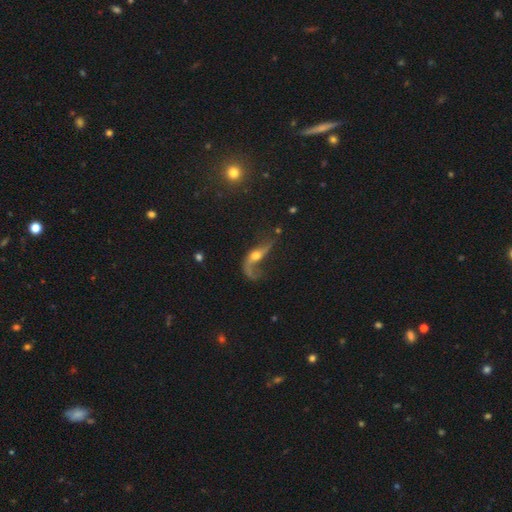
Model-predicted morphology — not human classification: smooth_or_featured: featured or disk (p=0.78) [alt: smooth p=0.14]
disk_edge_on: no (p=0.85) [alt: yes p=0.15]
bar: no (p=0.63) [alt: weak p=0.23]
has_spiral_arms: yes (p=0.86) [alt: no p=0.14]
spiral_winding: loose (p=0.90) [alt: medium p=0.07]
spiral_arm_count: 2 (p=0.67) [alt: 1 p=0.27]
bulge_size: moderate (p=0.61) [alt: small p=0.24]
merging: none (p=0.40) [alt: major disturbance p=0.37]